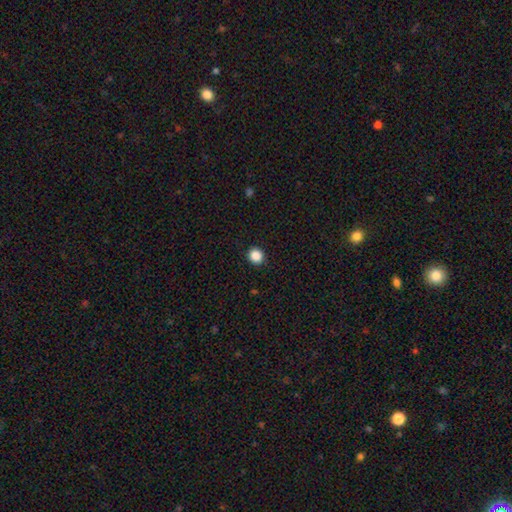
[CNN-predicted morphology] A smooth galaxy with no disk features (88%) that is round (86%). Merging: none (92%).